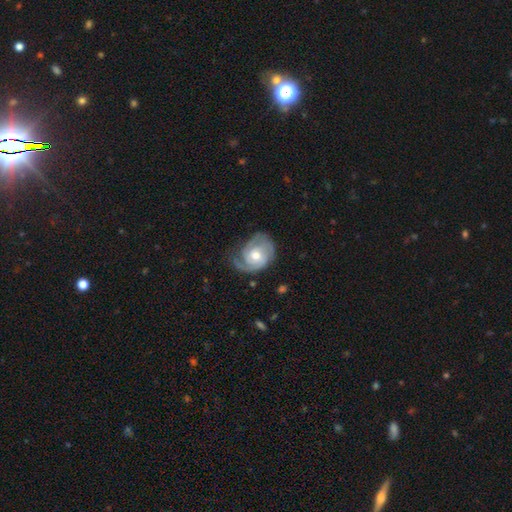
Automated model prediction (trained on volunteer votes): Smooth or featured? featured or disk (83%)
Edge-on disk? no (97%)
Bar? no (69%)
Spiral arms? yes (95%)
Spiral winding? tight (57%)
Spiral arm count? 2 (37%)
Bulge size? moderate (71%)
Merging? none (61%)